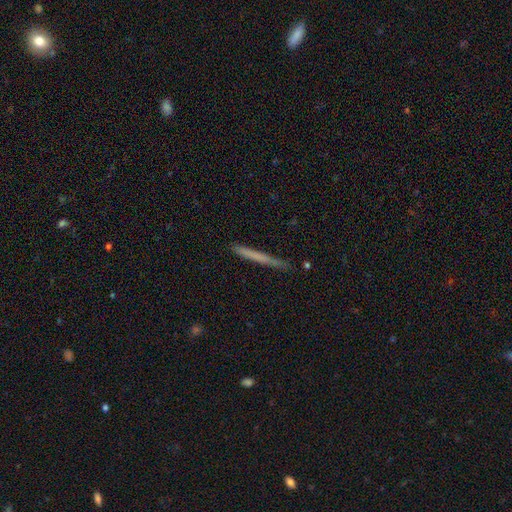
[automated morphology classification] A smooth galaxy with no disk features (60%) that is cigar-shaped (97%). Merging: none (86%).